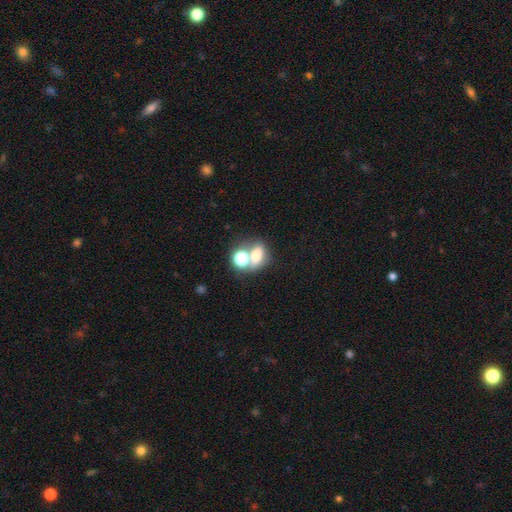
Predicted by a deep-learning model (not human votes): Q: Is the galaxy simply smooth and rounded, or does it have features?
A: smooth — 65%.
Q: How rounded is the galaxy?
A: in between — 60%.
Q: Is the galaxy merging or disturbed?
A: merger — 45%.